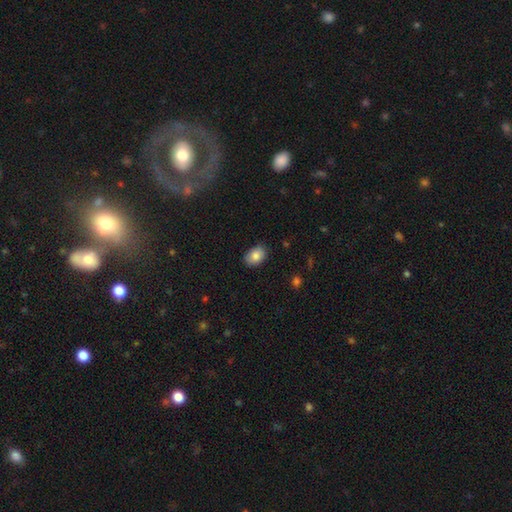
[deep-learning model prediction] Smooth or featured: smooth — 85% (star or artifact — 7%)
How rounded: in between — 83% (round — 16%)
Merging: none — 85% (minor disturbance — 12%)